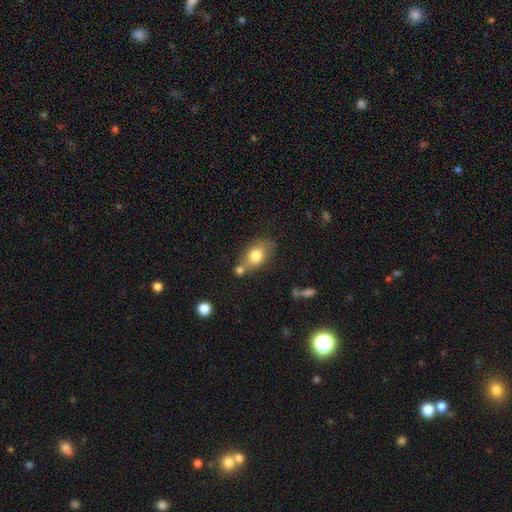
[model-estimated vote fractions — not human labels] This appears to be a smooth galaxy with no disk features (75%) that is in between round and cigar-shaped (76%). Merging: none (53%).